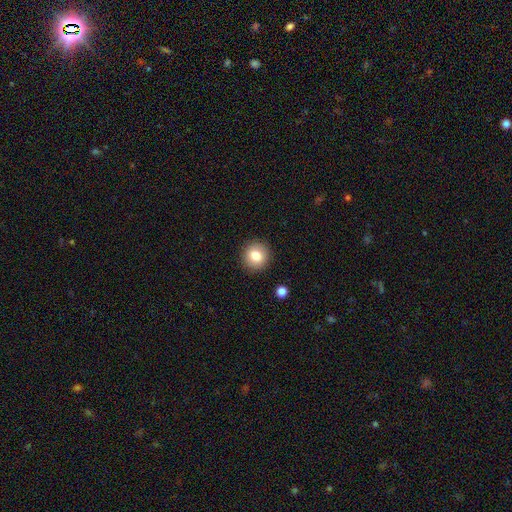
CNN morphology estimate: A smooth galaxy with no disk features (82%) that is round (91%). Merging: none (90%).